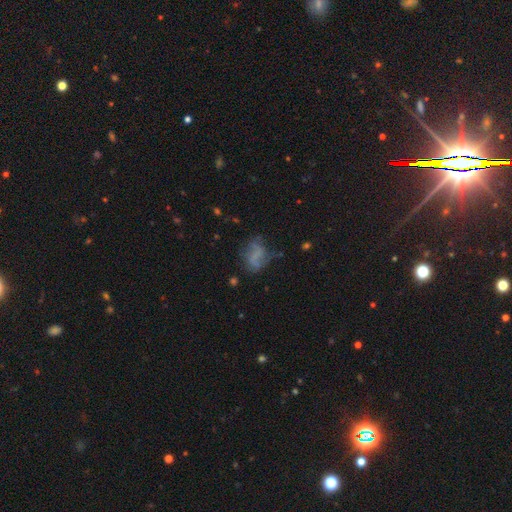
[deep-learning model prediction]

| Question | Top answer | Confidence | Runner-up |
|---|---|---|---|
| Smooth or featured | smooth | 51% | featured or disk (35%) |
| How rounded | in between | 73% | round (23%) |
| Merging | none | 46% | minor disturbance (28%) |